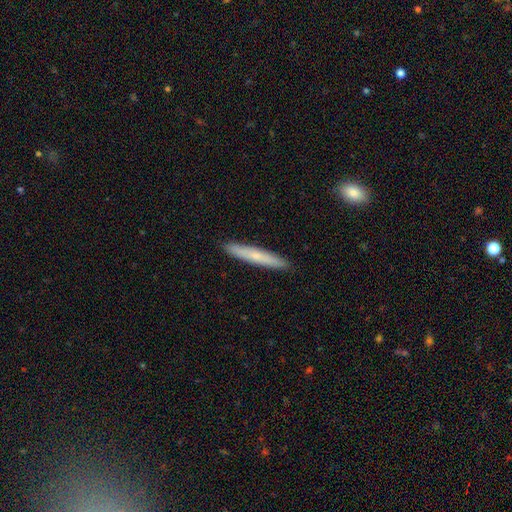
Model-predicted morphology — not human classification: A smooth galaxy with no disk features (62%) that is cigar-shaped (95%).

Vote fractions:
- Smooth or featured? smooth: 62% / featured or disk: 33% / star or artifact: 6%
- How rounded? cigar-shaped: 95% / in between: 4% / round: 1%
- Merging? none: 92% / minor disturbance: 6% / major disturbance: 1% / merger: 1%